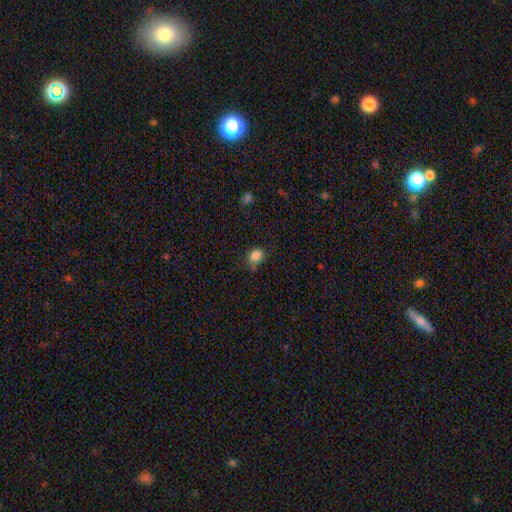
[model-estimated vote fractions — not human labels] smooth 84%, star or artifact 11%, featured or disk 5%. Down the decision tree: how rounded — round (57%); merging — none (59%).